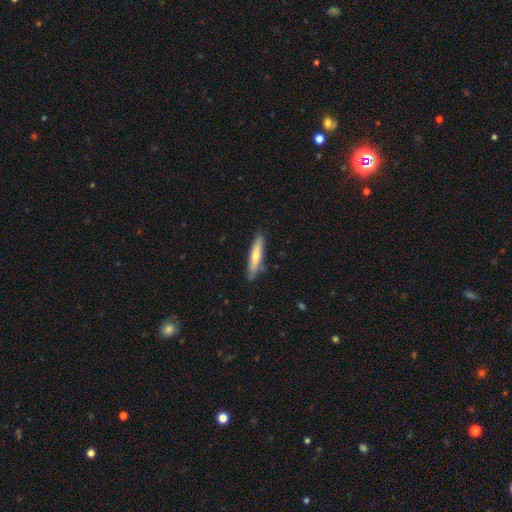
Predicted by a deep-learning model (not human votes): Overall: smooth (59%; featured or disk 35%). How rounded: cigar-shaped (84%). Merging: none (81%).